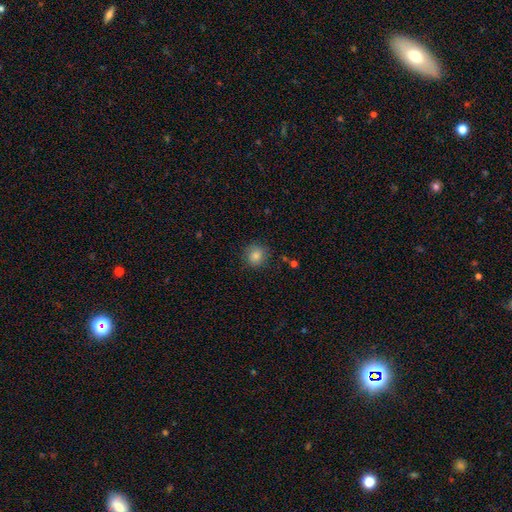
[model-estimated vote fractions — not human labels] A smooth galaxy with no disk features (82%) that is round (91%). Merging: none (86%).